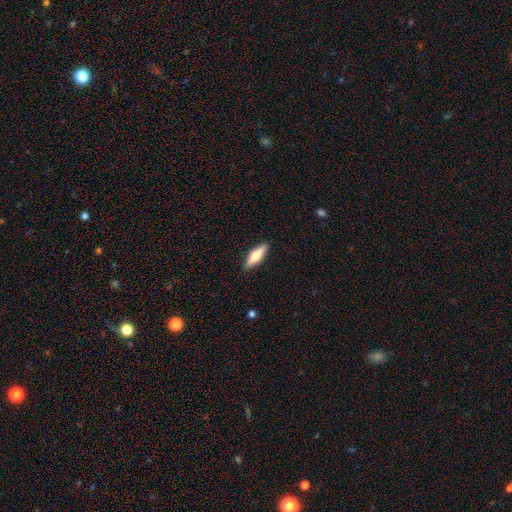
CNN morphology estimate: type=smooth (54%); roundness=cigar-shaped (58%); merging=none (89%).